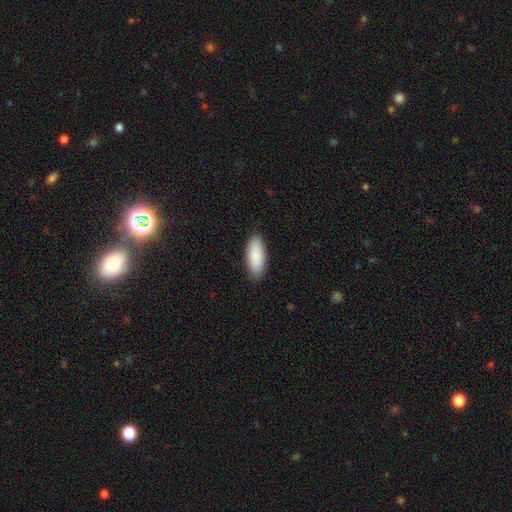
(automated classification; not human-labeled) Smooth or featured: smooth — 89% (featured or disk — 5%)
How rounded: in between — 80% (cigar-shaped — 18%)
Merging: none — 89% (minor disturbance — 9%)